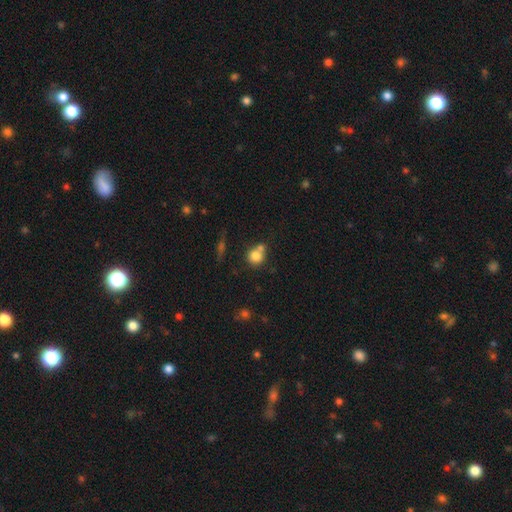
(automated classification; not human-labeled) Smooth or featured: smooth — 80% (star or artifact — 10%)
How rounded: round — 84% (in between — 14%)
Merging: none — 47% (merger — 37%)